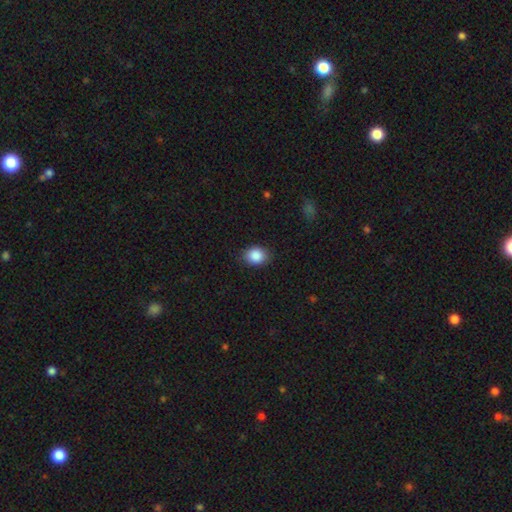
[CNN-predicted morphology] Q: Smooth or featured?
A: smooth (88%); runner-up: star or artifact (8%)
Q: How rounded?
A: round (53%); runner-up: in between (46%)
Q: Merging?
A: none (85%); runner-up: minor disturbance (12%)